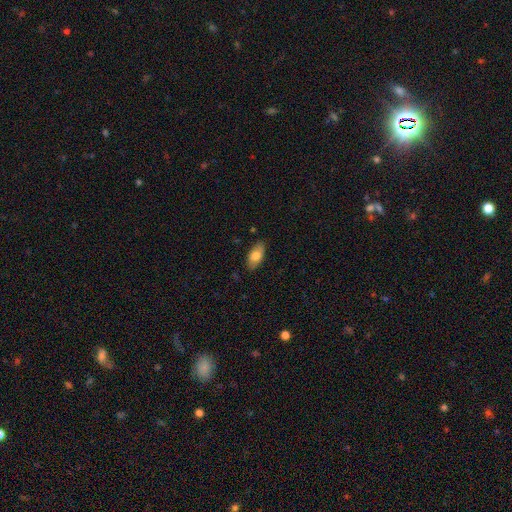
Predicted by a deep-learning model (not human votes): This is likely a smooth galaxy (75%). How rounded: clearly in between (91%). Merging: clearly none (84%).